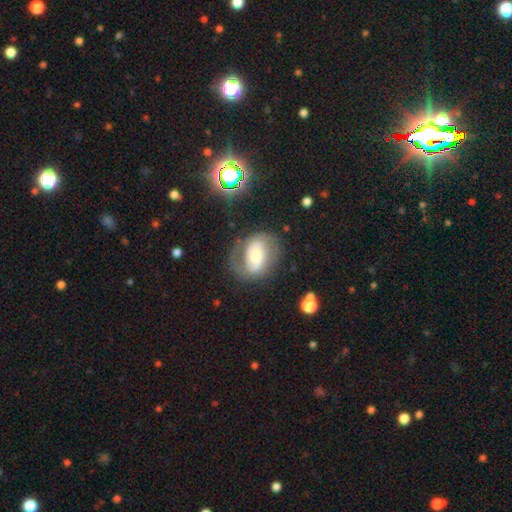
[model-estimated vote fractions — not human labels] A featured or disk galaxy (66%) with no bar (40%), spiral arms (78%) and a moderate central bulge (52%).

Vote fractions:
- Smooth or featured? featured or disk: 66% / smooth: 26% / star or artifact: 9%
- Edge-on disk? no: 96% / yes: 4%
- Bar? no: 40% / weak: 33% / strong: 26%
- Spiral arms? yes: 78% / no: 22%
- Bulge size? moderate: 52% / small: 33% / large: 11% / dominant: 2% / none: 2%
- Merging? none: 65% / minor disturbance: 18% / major disturbance: 14% / merger: 2%